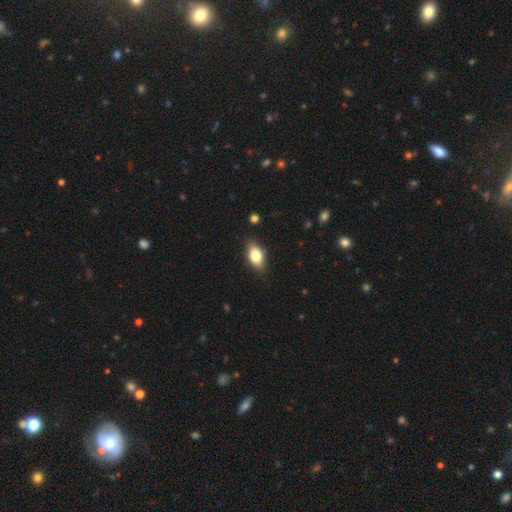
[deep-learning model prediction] Smooth or featured?
  - smooth: 72% *
  - featured or disk: 20%
  - star or artifact: 8%
How rounded?
  - in between: 85% *
  - round: 9%
  - cigar-shaped: 6%
Merging?
  - none: 82% *
  - minor disturbance: 14%
  - major disturbance: 3%
  - merger: 1%